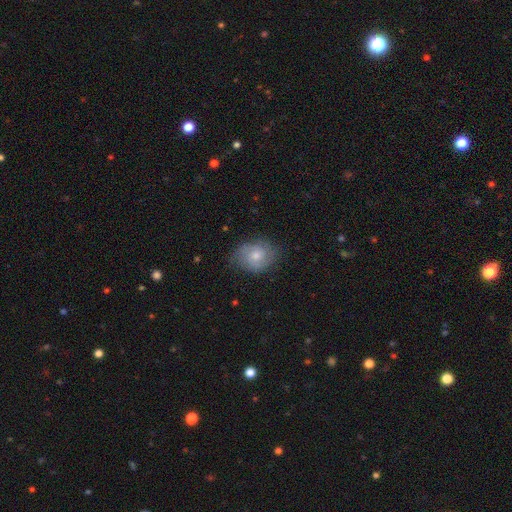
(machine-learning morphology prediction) Smooth or featured? smooth (52%)
How rounded? in between (50%)
Merging? none (69%)